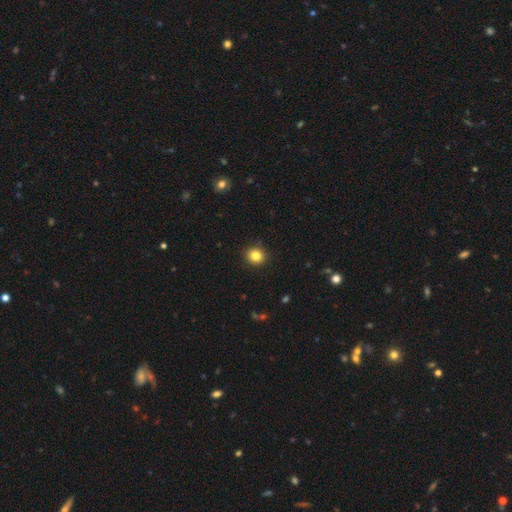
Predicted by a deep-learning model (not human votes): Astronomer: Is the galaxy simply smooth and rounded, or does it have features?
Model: smooth — 83%.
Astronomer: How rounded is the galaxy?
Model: round — 88%.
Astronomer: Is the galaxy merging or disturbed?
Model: none — 91%.